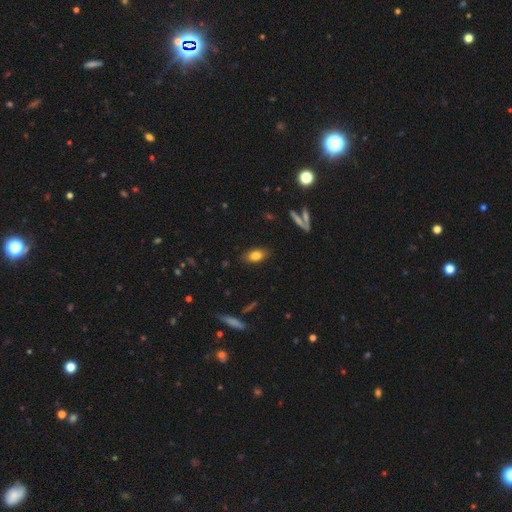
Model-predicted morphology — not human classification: smooth_or_featured: smooth (p=0.80) [alt: featured or disk p=0.11]
how_rounded: in between (p=0.87) [alt: round p=0.07]
merging: none (p=0.85) [alt: minor disturbance p=0.11]